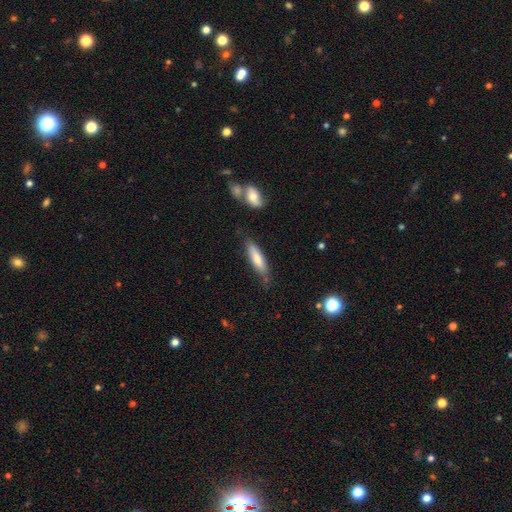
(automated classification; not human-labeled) Q: Smooth or featured?
A: smooth (74%); runner-up: featured or disk (19%)
Q: How rounded?
A: cigar-shaped (71%); runner-up: in between (27%)
Q: Merging?
A: none (75%); runner-up: minor disturbance (17%)